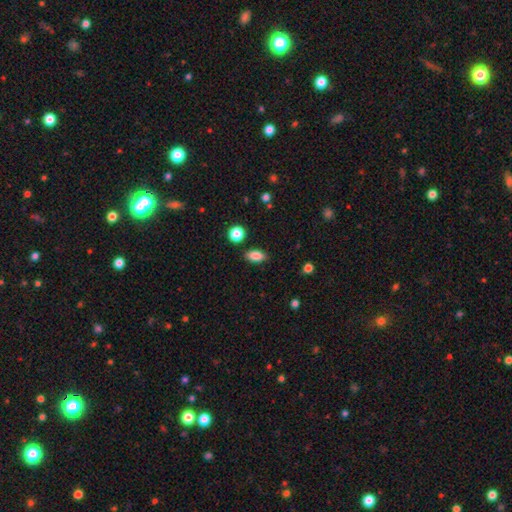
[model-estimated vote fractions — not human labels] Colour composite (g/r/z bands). It shows a smooth galaxy with no disk features (86%) that is in between round and cigar-shaped (87%). Merging: none (86%).